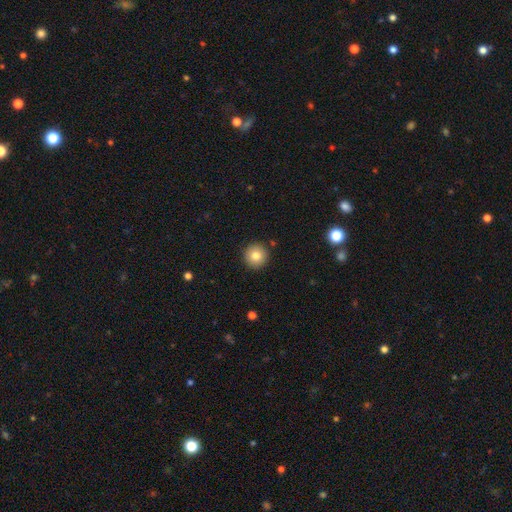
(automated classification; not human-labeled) The model was most divided on "smooth or featured": smooth: 80%, star or artifact: 10%, featured or disk: 10%. More confident: how rounded — round (96%); merging — none (91%).